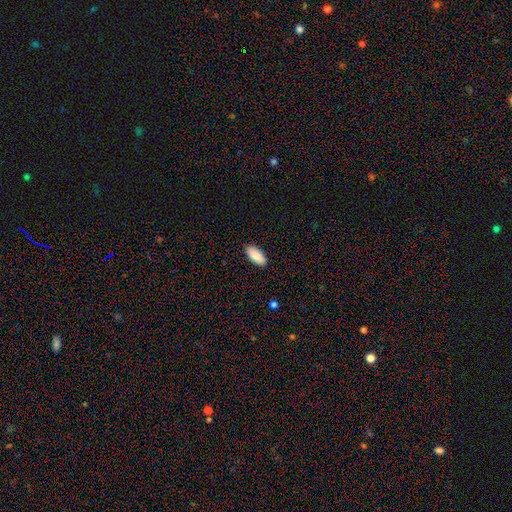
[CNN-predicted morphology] smooth_or_featured: smooth (p=0.91) [alt: star or artifact p=0.06]
how_rounded: in between (p=0.90) [alt: cigar-shaped p=0.08]
merging: none (p=0.90) [alt: minor disturbance p=0.07]